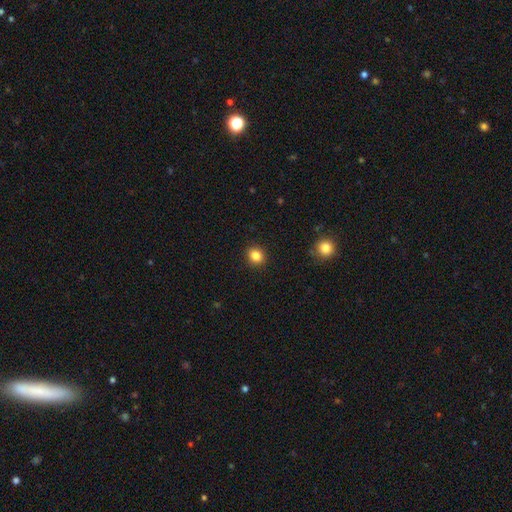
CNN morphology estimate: Smooth or featured?
  - smooth: 84% *
  - star or artifact: 11%
  - featured or disk: 5%
How rounded?
  - round: 78% *
  - in between: 21%
  - cigar-shaped: 1%
Merging?
  - none: 91% *
  - minor disturbance: 6%
  - major disturbance: 2%
  - merger: 1%